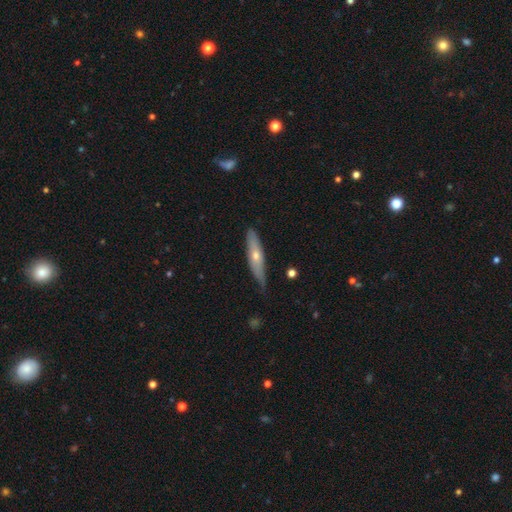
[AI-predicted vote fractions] A featured or disk galaxy (49%).

Vote fractions:
- Smooth or featured? featured or disk: 49% / smooth: 45% / star or artifact: 6%
- Merging? none: 74% / minor disturbance: 22% / major disturbance: 3% / merger: 1%